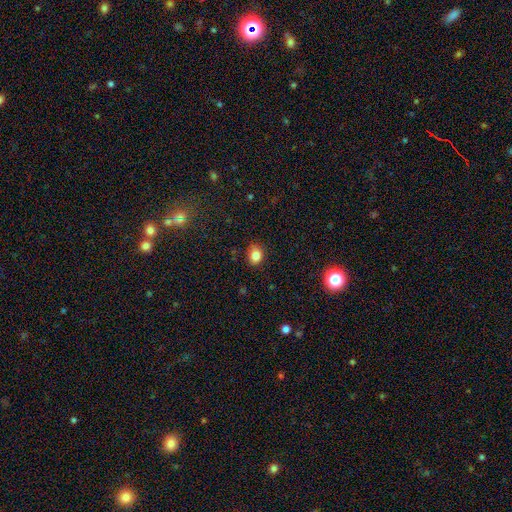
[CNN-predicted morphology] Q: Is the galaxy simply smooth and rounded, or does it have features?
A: smooth — 83%.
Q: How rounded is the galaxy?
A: round — 51%.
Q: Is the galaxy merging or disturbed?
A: none — 82%.